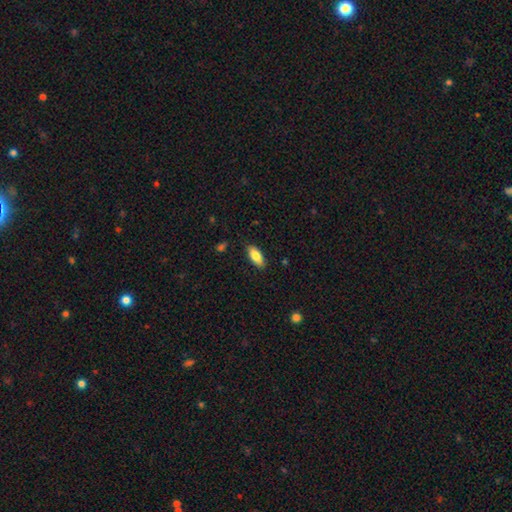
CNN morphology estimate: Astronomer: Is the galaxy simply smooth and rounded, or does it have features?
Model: smooth — 82%.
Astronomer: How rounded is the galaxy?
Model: in between — 85%.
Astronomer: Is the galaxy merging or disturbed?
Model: none — 87%.